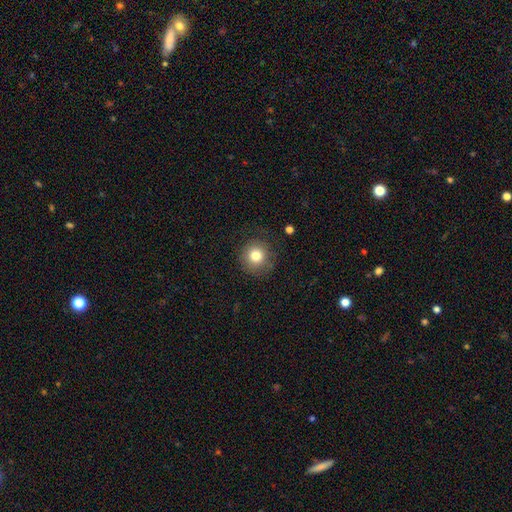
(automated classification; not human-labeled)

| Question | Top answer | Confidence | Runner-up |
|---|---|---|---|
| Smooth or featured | smooth | 79% | star or artifact (11%) |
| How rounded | round | 94% | in between (6%) |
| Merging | none | 82% | minor disturbance (12%) |